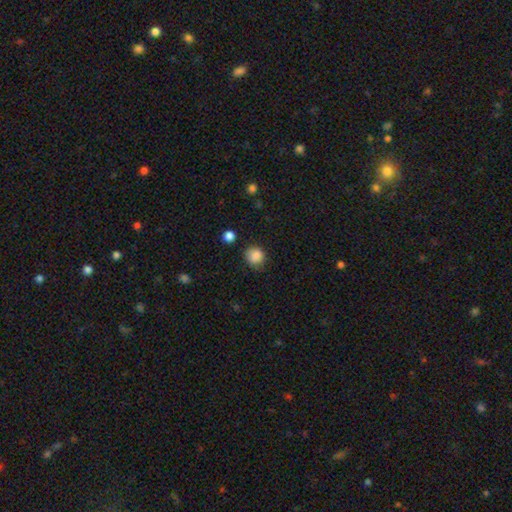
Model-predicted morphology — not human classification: Q: Smooth or featured?
A: smooth (86%); runner-up: star or artifact (10%)
Q: How rounded?
A: round (83%); runner-up: in between (16%)
Q: Merging?
A: none (76%); runner-up: minor disturbance (17%)